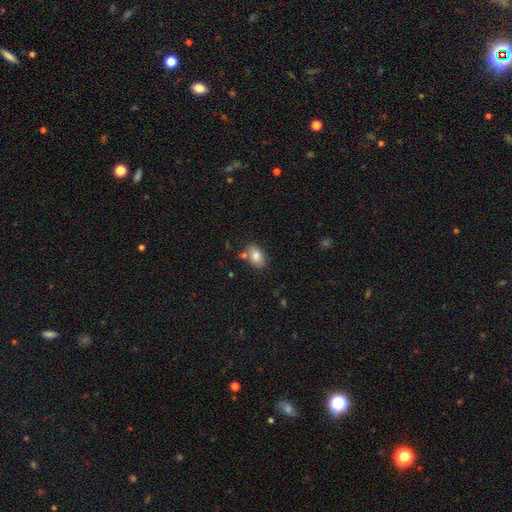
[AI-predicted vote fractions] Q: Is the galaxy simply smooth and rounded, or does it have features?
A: smooth — 83%.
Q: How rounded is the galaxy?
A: in between — 85%.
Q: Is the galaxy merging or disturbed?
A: none — 71%.